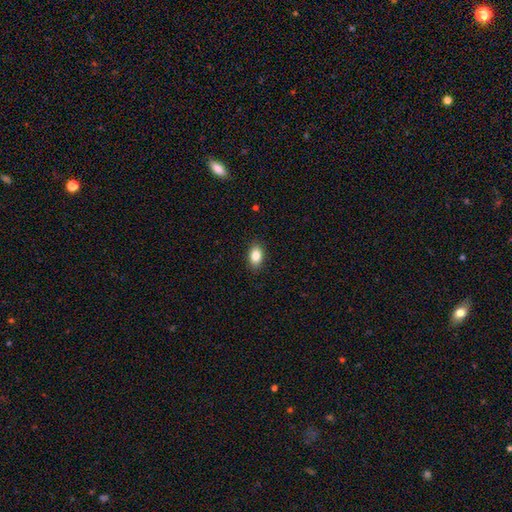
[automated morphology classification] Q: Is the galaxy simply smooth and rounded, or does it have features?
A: smooth — 85%.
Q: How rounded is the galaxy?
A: in between — 87%.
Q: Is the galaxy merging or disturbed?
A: none — 88%.